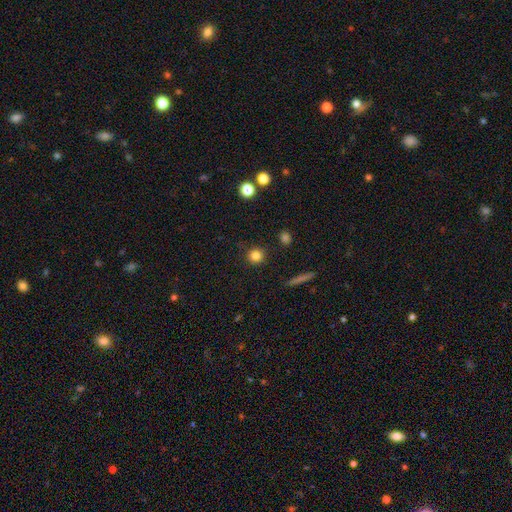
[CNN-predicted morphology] smooth 82%, star or artifact 12%, featured or disk 6%. Down the decision tree: how rounded — round (93%); merging — none (89%).